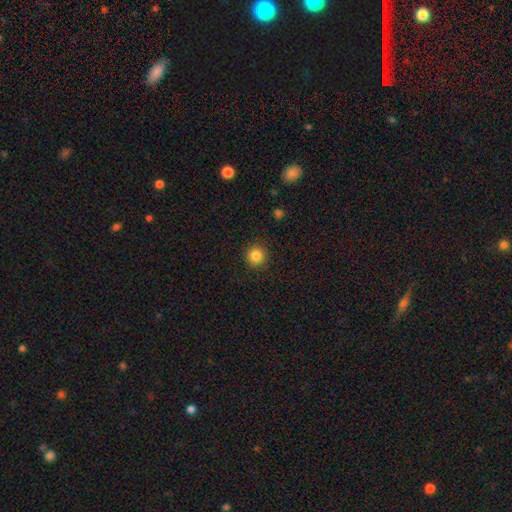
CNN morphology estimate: smooth 84%, star or artifact 11%, featured or disk 5%. Down the decision tree: how rounded — round (94%); merging — none (91%).